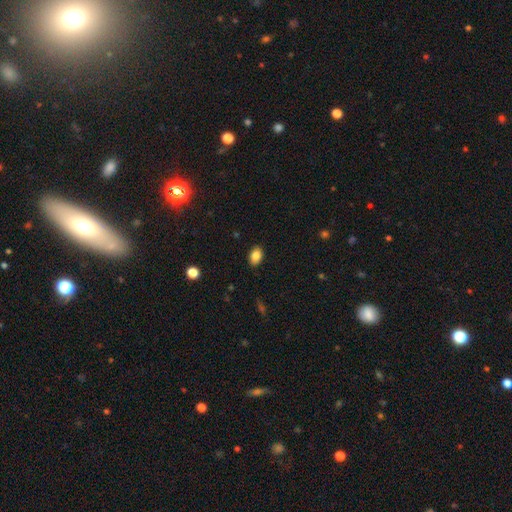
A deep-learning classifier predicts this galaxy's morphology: Smooth or featured?
  - smooth: 86% *
  - star or artifact: 9%
  - featured or disk: 6%
How rounded?
  - in between: 86% *
  - round: 13%
  - cigar-shaped: 1%
Merging?
  - none: 88% *
  - minor disturbance: 9%
  - major disturbance: 2%
  - merger: 1%